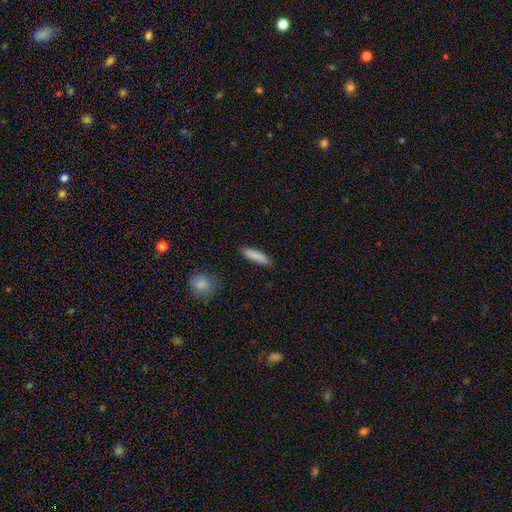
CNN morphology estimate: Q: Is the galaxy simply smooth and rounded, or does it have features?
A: smooth — 86%.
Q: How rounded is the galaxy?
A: cigar-shaped — 72%.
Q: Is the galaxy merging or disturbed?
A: none — 81%.